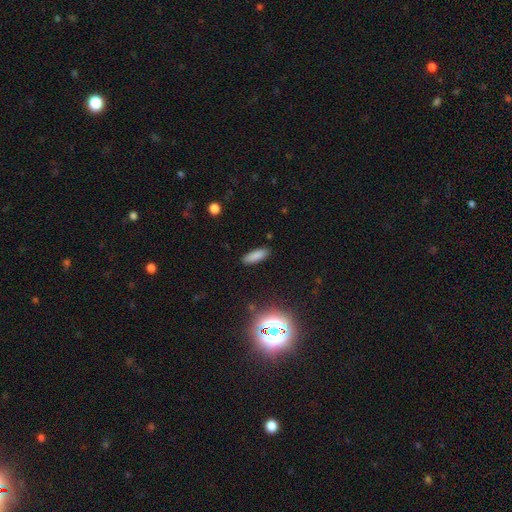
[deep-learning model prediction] Smooth or featured: smooth — 84% (star or artifact — 10%)
How rounded: in between — 56% (cigar-shaped — 42%)
Merging: none — 88% (minor disturbance — 9%)